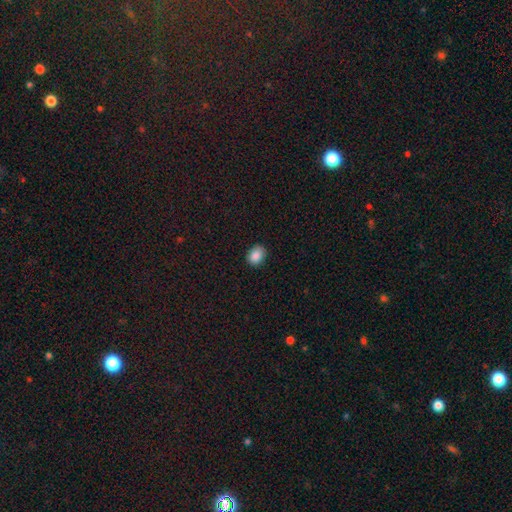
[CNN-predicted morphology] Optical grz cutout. It shows a smooth galaxy with no disk features (88%) that is in between round and cigar-shaped (60%). Merging: none (86%).